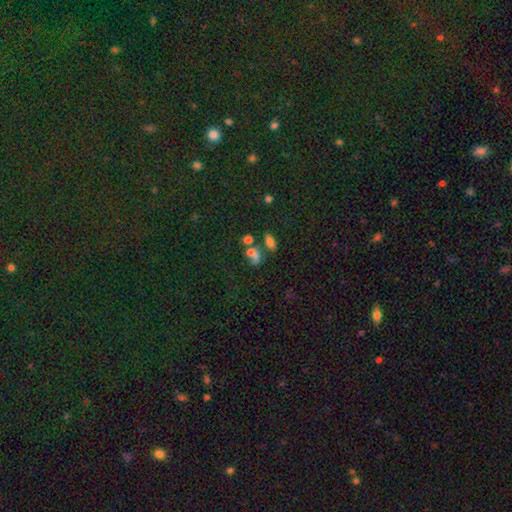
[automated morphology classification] Smooth or featured? Predicted: smooth (p=0.61). How rounded? Predicted: in between (p=0.63). Merging? Predicted: merger (p=0.41).